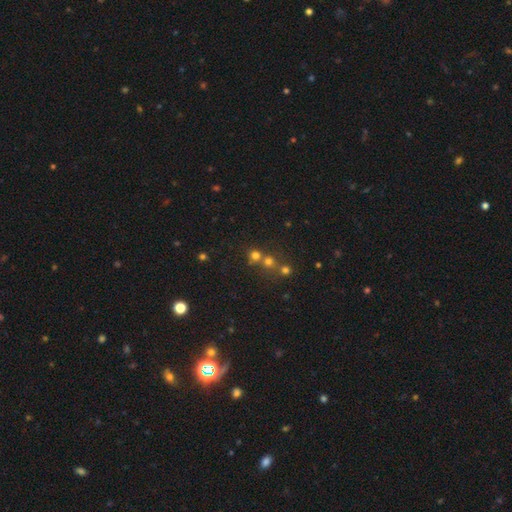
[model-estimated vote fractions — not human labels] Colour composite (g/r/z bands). It shows a smooth galaxy with no disk features (66%) that is round (89%). Merging: none (55%).